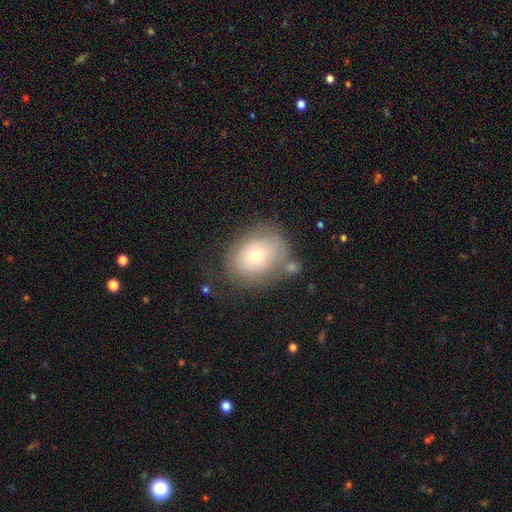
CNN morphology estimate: This is likely a smooth galaxy (64%). How rounded: possibly in between (56%). Merging: possibly none (60%).